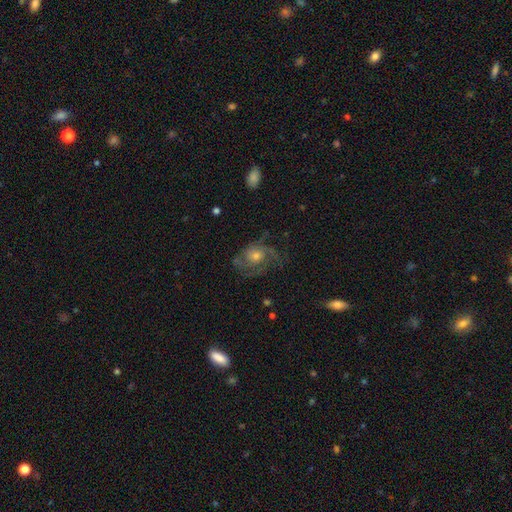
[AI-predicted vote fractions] smooth_or_featured: featured or disk (p=0.79) [alt: smooth p=0.11]
disk_edge_on: no (p=0.97) [alt: yes p=0.03]
bar: no (p=0.77) [alt: weak p=0.20]
has_spiral_arms: yes (p=0.93) [alt: no p=0.07]
spiral_winding: medium (p=0.46) [alt: tight p=0.38]
spiral_arm_count: 3 (p=0.37) [alt: 2 p=0.22]
bulge_size: moderate (p=0.56) [alt: small p=0.34]
merging: none (p=0.65) [alt: minor disturbance p=0.18]